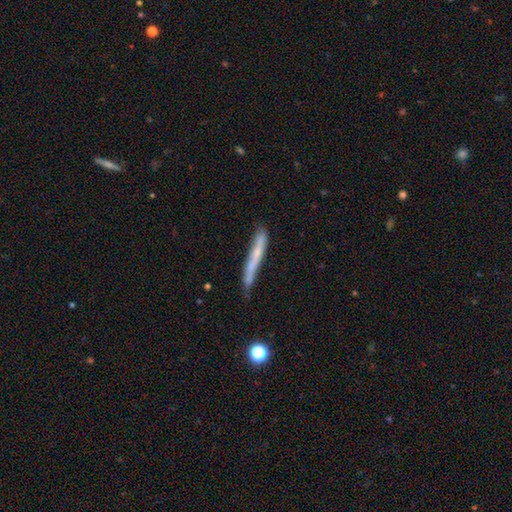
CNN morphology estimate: smooth 49%, featured or disk 44%, star or artifact 8%. Down the decision tree: merging — none (63%).